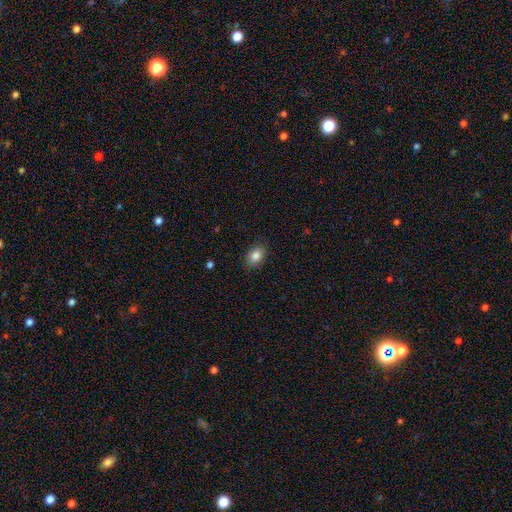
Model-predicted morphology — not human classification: Smooth or featured?
  - smooth: 84% *
  - star or artifact: 9%
  - featured or disk: 7%
How rounded?
  - in between: 76% *
  - round: 22%
  - cigar-shaped: 1%
Merging?
  - none: 86% *
  - minor disturbance: 10%
  - major disturbance: 2%
  - merger: 1%